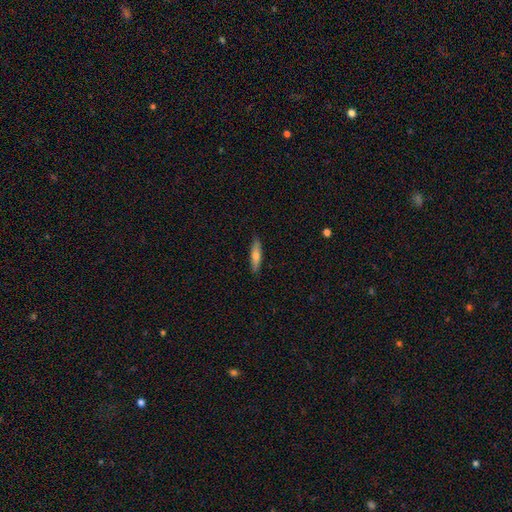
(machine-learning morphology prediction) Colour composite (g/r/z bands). It shows a smooth galaxy with no disk features (67%) that is cigar-shaped (75%). Merging: none (89%).